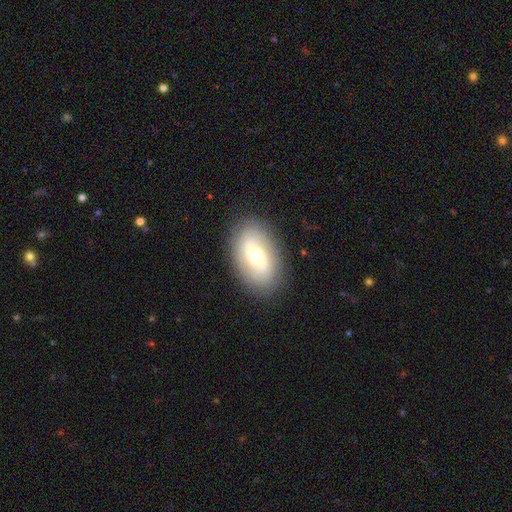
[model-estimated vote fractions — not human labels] Overall: featured or disk (51%; smooth 41%). Edge-on disk: no (90%). Merging: none (86%).